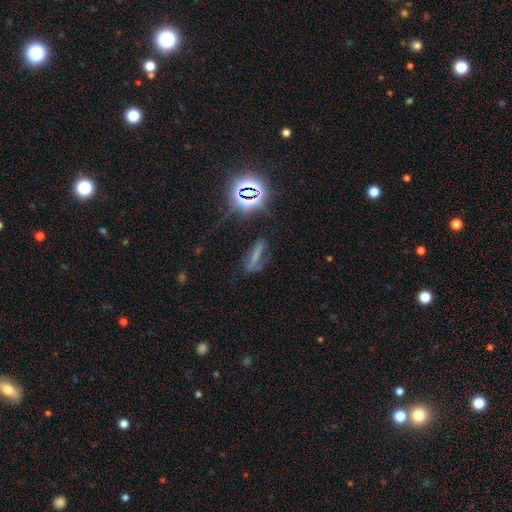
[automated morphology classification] A smooth galaxy with no disk features (41%). Merging: none (58%).